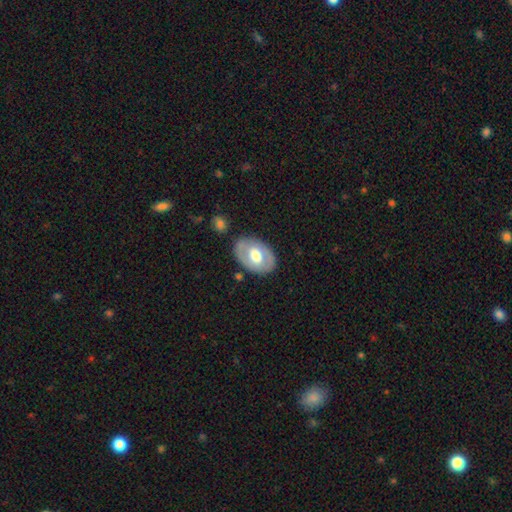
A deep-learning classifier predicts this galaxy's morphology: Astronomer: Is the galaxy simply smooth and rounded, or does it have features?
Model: smooth — 49% (runner-up: featured or disk, 46%).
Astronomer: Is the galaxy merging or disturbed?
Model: none — 79%.